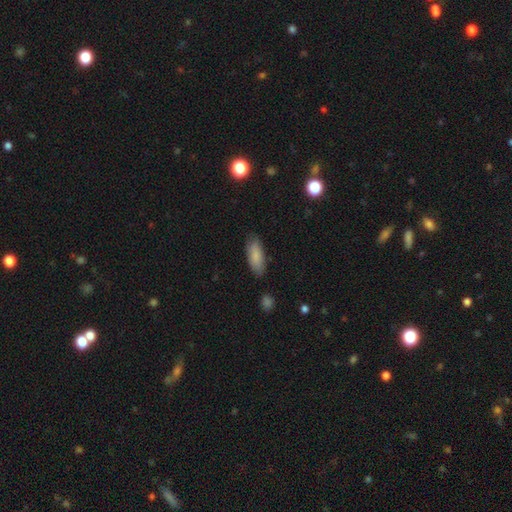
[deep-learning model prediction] A smooth galaxy with no disk features (85%) that is in between round and cigar-shaped (73%). Merging: none (80%).